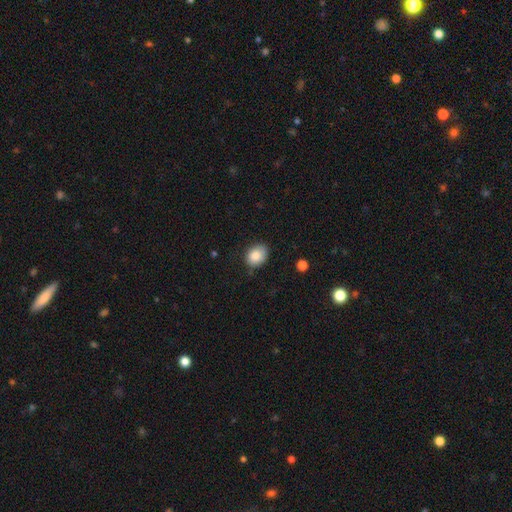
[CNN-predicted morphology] The model was most divided on "how rounded": in between: 57%, round: 43%, cigar-shaped: 1%. More confident: smooth or featured — smooth (83%); merging — none (73%).